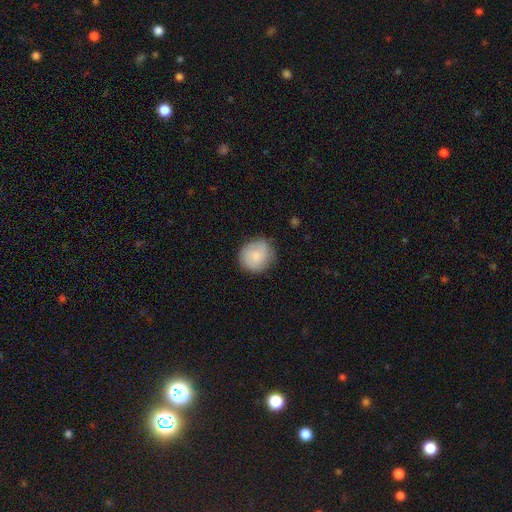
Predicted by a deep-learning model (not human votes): Q: Smooth or featured?
A: smooth (79%); runner-up: featured or disk (14%)
Q: How rounded?
A: round (86%); runner-up: in between (13%)
Q: Merging?
A: none (77%); runner-up: minor disturbance (18%)